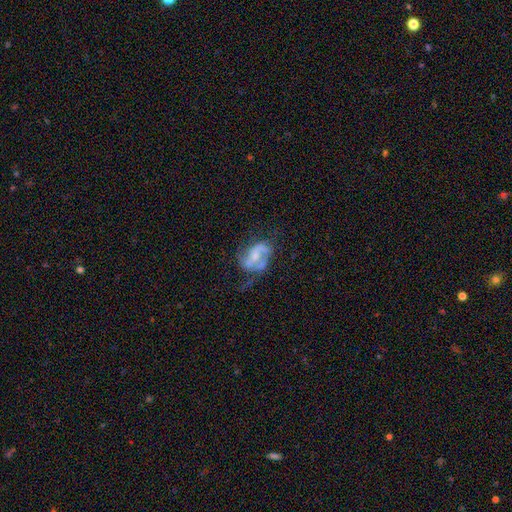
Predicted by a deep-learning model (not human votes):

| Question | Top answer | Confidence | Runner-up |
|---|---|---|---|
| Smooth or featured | featured or disk | 75% | smooth (17%) |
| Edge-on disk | no | 98% | yes (2%) |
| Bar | no | 50% | weak (38%) |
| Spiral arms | yes | 82% | no (18%) |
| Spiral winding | medium | 48% | loose (31%) |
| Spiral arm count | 2 | 67% | can't tell (14%) |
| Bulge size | small | 40% | tied: moderate (40%) |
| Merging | none | 39% | major disturbance (30%) |